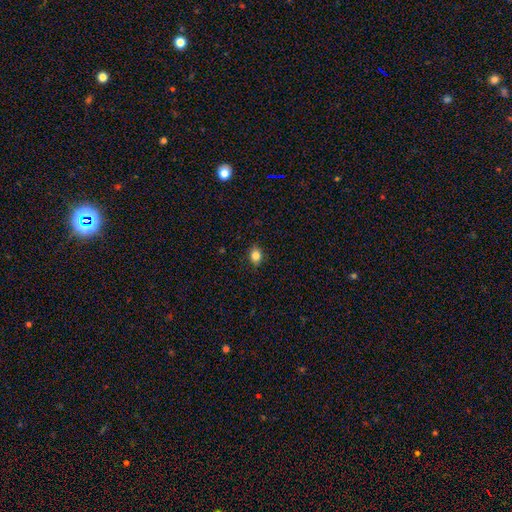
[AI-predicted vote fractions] A smooth galaxy with no disk features (83%) that is in between round and cigar-shaped (54%). Merging: none (85%).